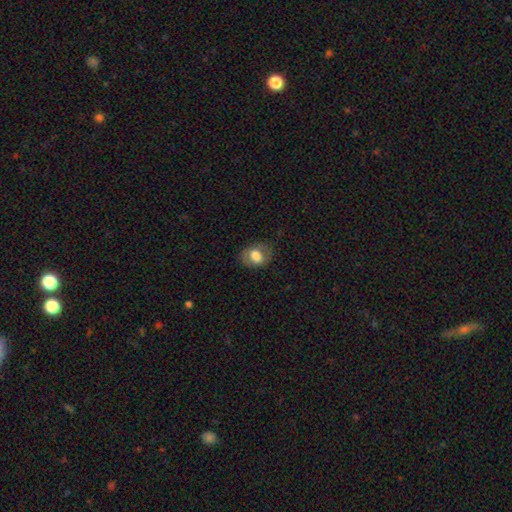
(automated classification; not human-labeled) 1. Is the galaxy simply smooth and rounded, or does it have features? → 68% smooth, 24% featured or disk, 8% star or artifact.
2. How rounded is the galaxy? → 66% in between, 33% round, 1% cigar-shaped.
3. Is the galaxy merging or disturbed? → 78% none, 15% minor disturbance, 6% major disturbance, 1% merger.